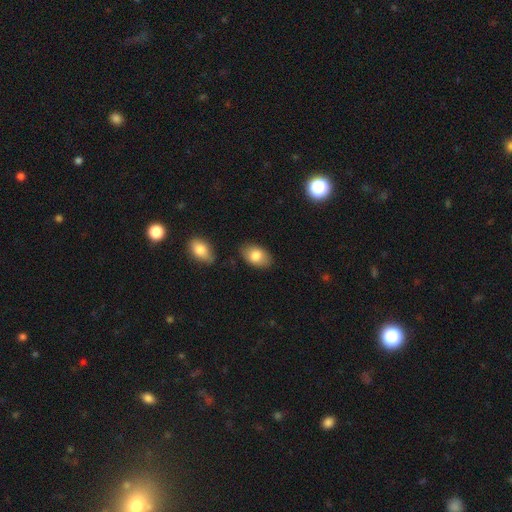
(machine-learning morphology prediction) smooth-or-featured: smooth: 82% | featured or disk: 11% | star or artifact: 7%
  how-rounded: in between: 90% | round: 9% | cigar-shaped: 1%
  merging: none: 81% | minor disturbance: 13% | merger: 3% | major disturbance: 3%